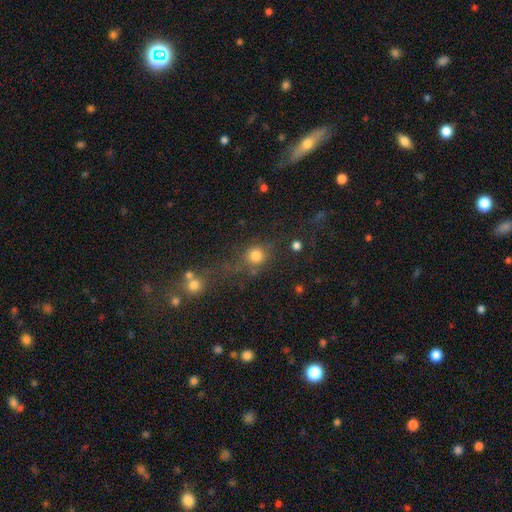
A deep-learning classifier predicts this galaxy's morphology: smooth-or-featured: smooth: 77% | star or artifact: 15% | featured or disk: 8%
  how-rounded: round: 87% | in between: 11% | cigar-shaped: 2%
  merging: none: 57% | merger: 18% | minor disturbance: 13% | major disturbance: 12%